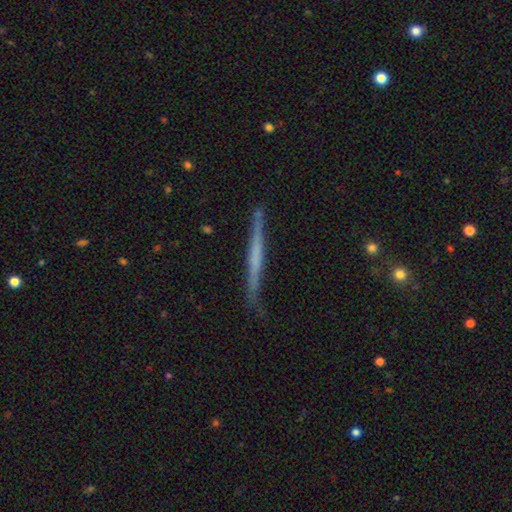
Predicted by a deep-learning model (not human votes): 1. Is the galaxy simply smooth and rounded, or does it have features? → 59% featured or disk, 35% smooth, 6% star or artifact.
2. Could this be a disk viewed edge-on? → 97% yes, 3% no.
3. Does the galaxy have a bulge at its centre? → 81% none, 12% rounded, 8% boxy.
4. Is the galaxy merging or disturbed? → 84% none, 13% minor disturbance, 2% major disturbance, 2% merger.